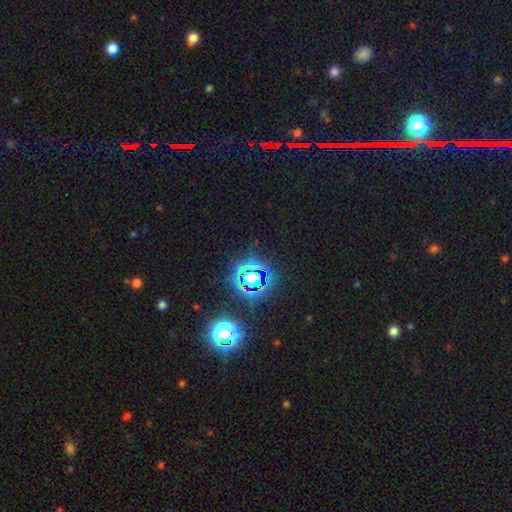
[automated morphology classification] This is clearly a star or artifact rather than a galaxy (80%).